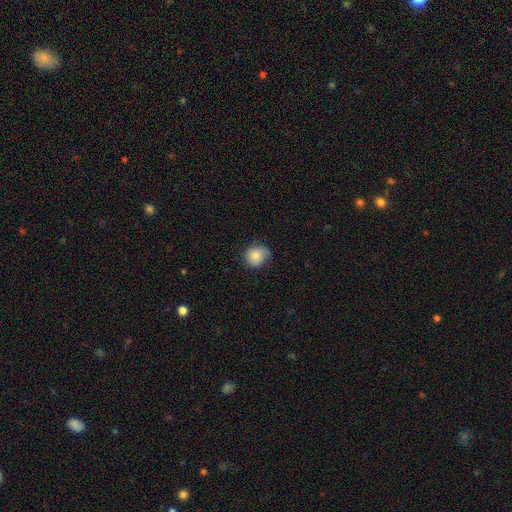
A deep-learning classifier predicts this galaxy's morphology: smooth 79%, featured or disk 13%, star or artifact 8%. Down the decision tree: how rounded — round (78%); merging — none (63%).